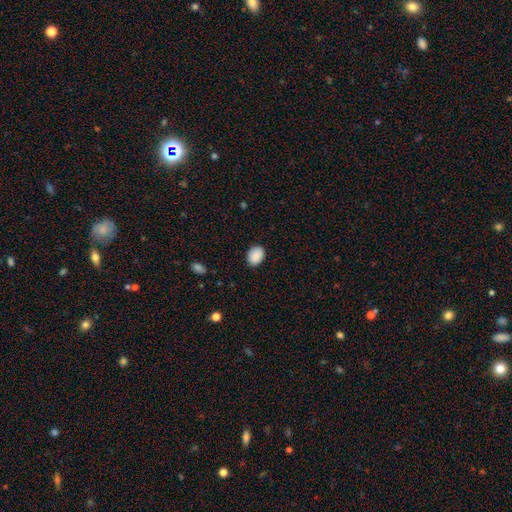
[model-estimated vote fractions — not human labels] smooth-or-featured: smooth: 90% | star or artifact: 7% | featured or disk: 3%
  how-rounded: in between: 67% | round: 32% | cigar-shaped: 1%
  merging: none: 87% | minor disturbance: 10% | major disturbance: 2% | merger: 1%